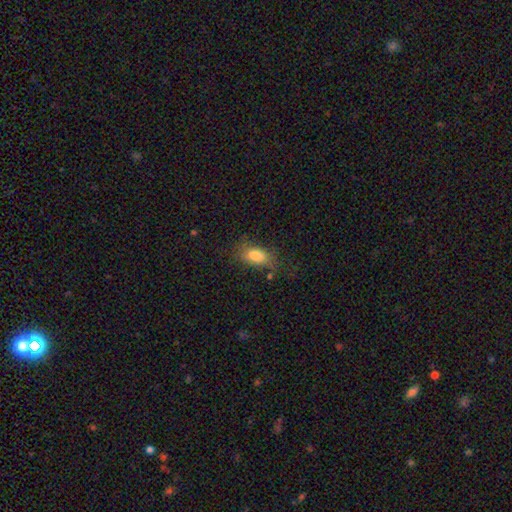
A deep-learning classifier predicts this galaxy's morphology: Smooth or featured?
  - smooth: 81% *
  - featured or disk: 10%
  - star or artifact: 9%
How rounded?
  - in between: 87% *
  - round: 8%
  - cigar-shaped: 4%
Merging?
  - none: 66% *
  - minor disturbance: 21%
  - major disturbance: 10%
  - merger: 3%